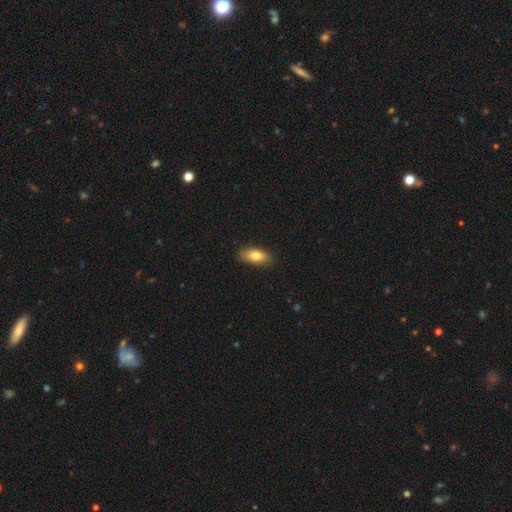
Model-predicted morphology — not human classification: This appears to be a smooth galaxy with no disk features (80%) that is in between round and cigar-shaped (84%). Merging: none (84%).